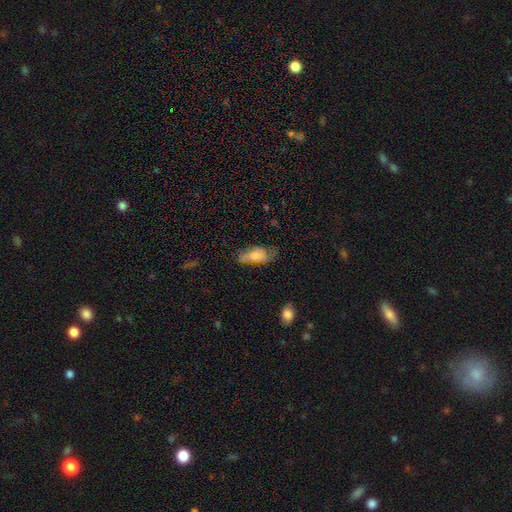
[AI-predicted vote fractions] Smooth or featured: smooth — 67% (featured or disk — 25%)
How rounded: in between — 79% (cigar-shaped — 18%)
Merging: none — 47% (minor disturbance — 34%)